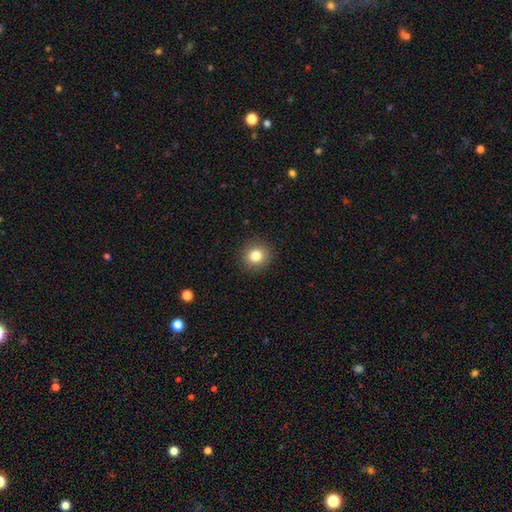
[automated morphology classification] Smooth or featured? Predicted: smooth (p=0.82). How rounded? Predicted: round (p=0.88). Merging? Predicted: none (p=0.91).